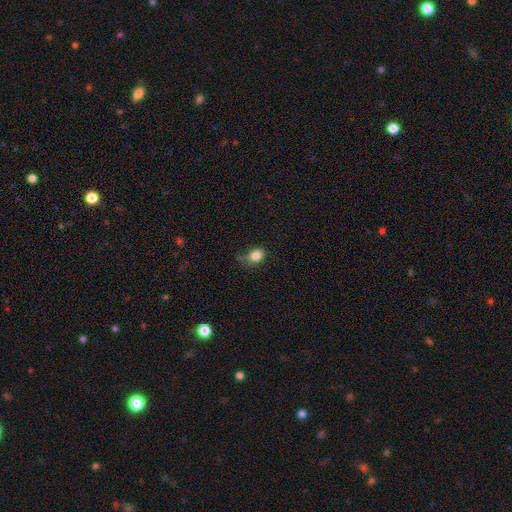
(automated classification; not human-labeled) Smooth or featured? smooth (82%)
How rounded? round (53%)
Merging? none (63%)